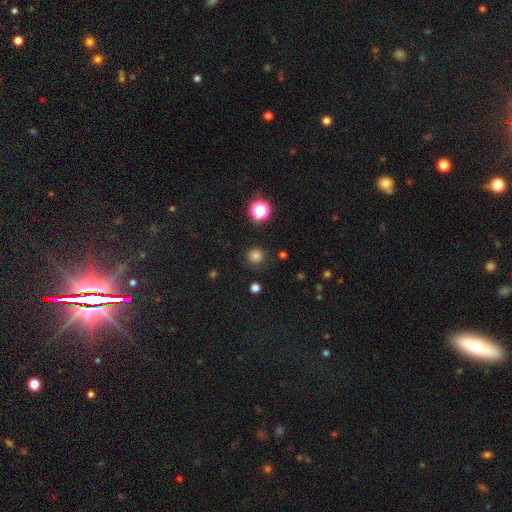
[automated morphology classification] Overall: smooth (77%). How rounded: round (93%). Merging: none (83%).